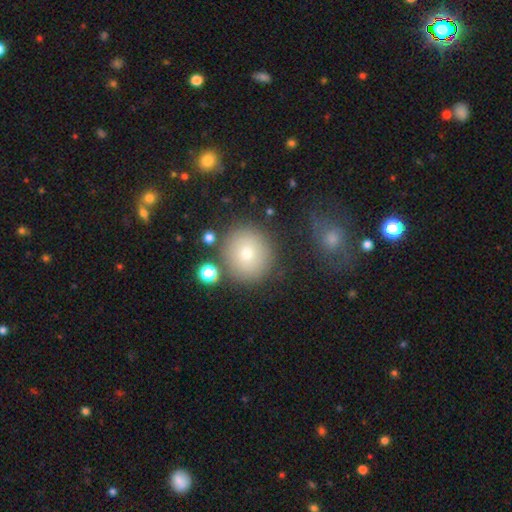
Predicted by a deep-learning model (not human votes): Q: Smooth or featured?
A: smooth (74%); runner-up: featured or disk (14%)
Q: How rounded?
A: round (91%); runner-up: in between (8%)
Q: Merging?
A: none (82%); runner-up: minor disturbance (9%)